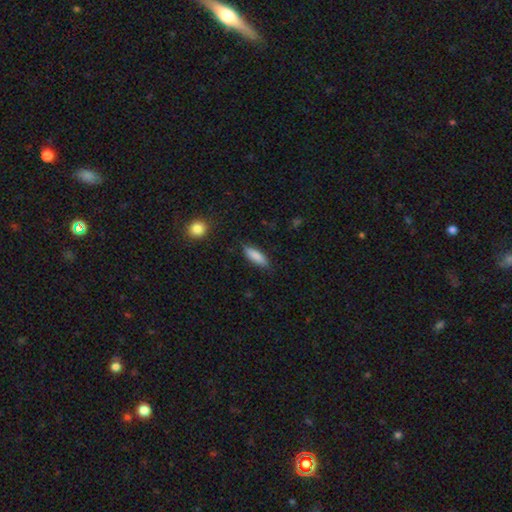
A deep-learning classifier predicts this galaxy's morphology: Q: Smooth or featured?
A: smooth (84%); runner-up: featured or disk (9%)
Q: How rounded?
A: in between (51%); runner-up: cigar-shaped (47%)
Q: Merging?
A: none (82%); runner-up: minor disturbance (14%)